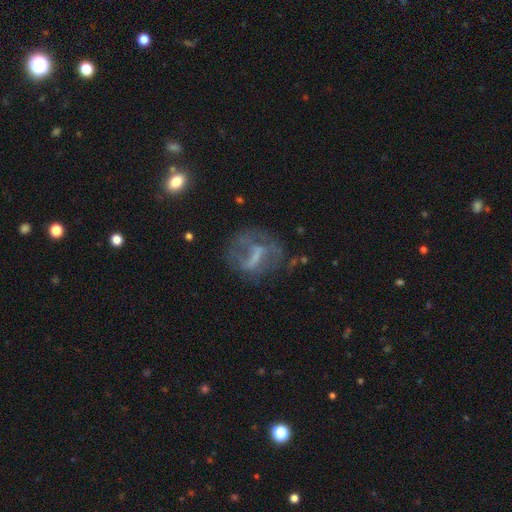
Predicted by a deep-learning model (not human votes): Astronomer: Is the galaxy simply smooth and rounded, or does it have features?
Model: featured or disk — 60%.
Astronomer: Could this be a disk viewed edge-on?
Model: no — 93%.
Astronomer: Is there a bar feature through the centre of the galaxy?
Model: weak — 37% (runner-up: strong, 34%).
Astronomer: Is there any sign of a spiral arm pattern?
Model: no — 54% (runner-up: yes, 46%).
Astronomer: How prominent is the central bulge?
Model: none — 47% (runner-up: small, 29%).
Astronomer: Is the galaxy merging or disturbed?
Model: none — 49% (runner-up: major disturbance, 28%).